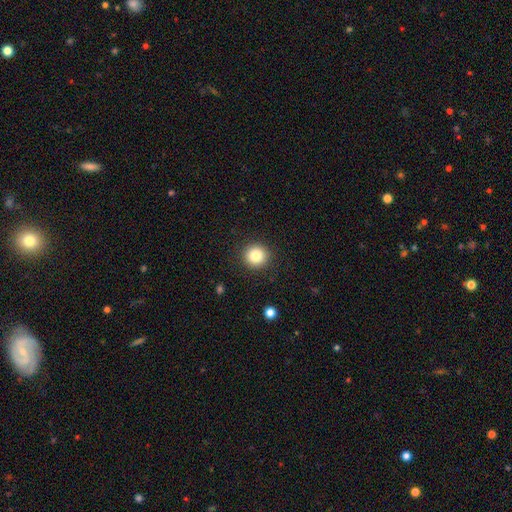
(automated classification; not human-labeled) smooth-or-featured: smooth: 83% | star or artifact: 10% | featured or disk: 7%
  how-rounded: round: 93% | in between: 6% | cigar-shaped: 1%
  merging: none: 91% | minor disturbance: 6% | major disturbance: 2% | merger: 1%